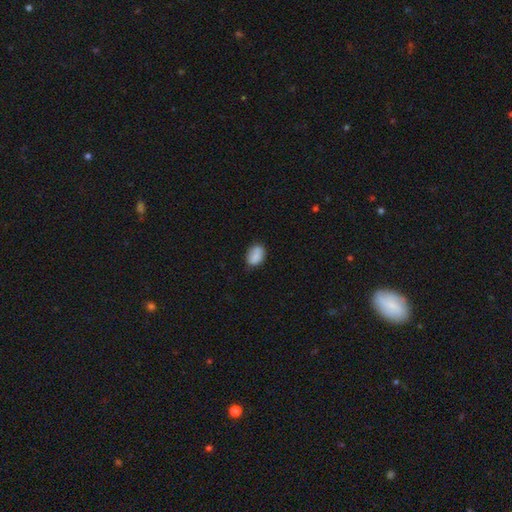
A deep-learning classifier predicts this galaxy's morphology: Smooth or featured? smooth (86%)
How rounded? in between (81%)
Merging? none (74%)